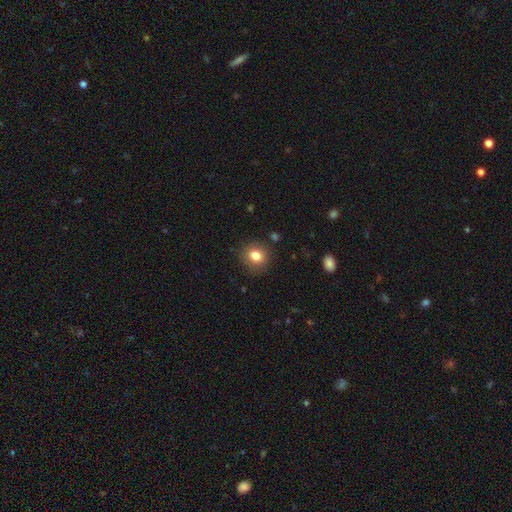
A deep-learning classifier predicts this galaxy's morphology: Smooth or featured?
  - smooth: 81% *
  - star or artifact: 11%
  - featured or disk: 8%
How rounded?
  - round: 76% *
  - in between: 23%
  - cigar-shaped: 1%
Merging?
  - none: 86% *
  - minor disturbance: 10%
  - major disturbance: 3%
  - merger: 2%